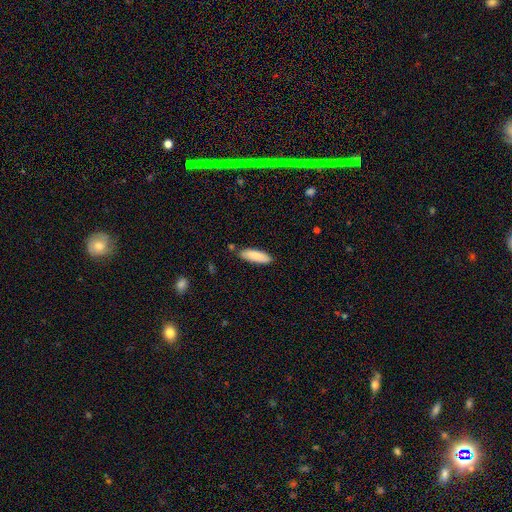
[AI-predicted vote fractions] Smooth or featured: smooth — 86% (featured or disk — 8%)
How rounded: in between — 55% (cigar-shaped — 43%)
Merging: none — 82% (minor disturbance — 12%)